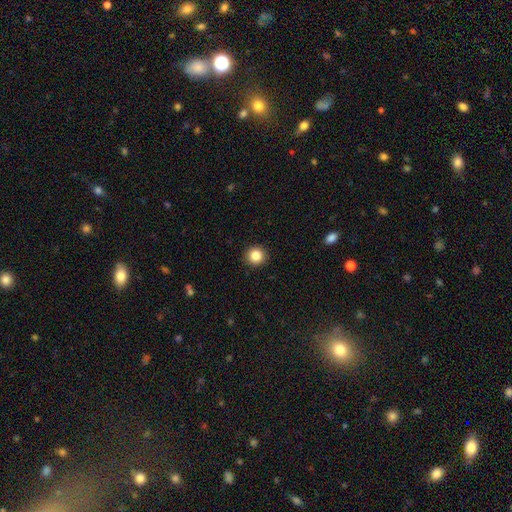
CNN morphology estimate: type=smooth (85%); roundness=round (92%); merging=none (92%).